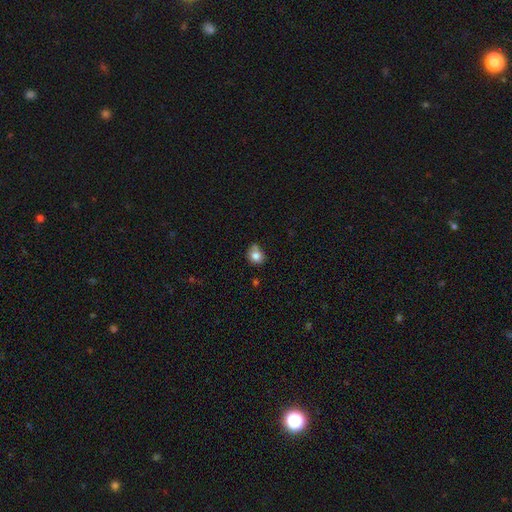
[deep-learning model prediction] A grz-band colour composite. It shows a smooth galaxy with no disk features (80%) that is round (73%). Merging: none (59%).